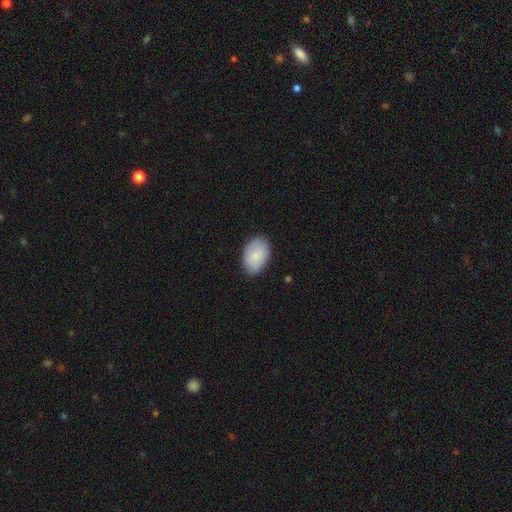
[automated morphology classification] Q: Smooth or featured?
A: smooth (81%); runner-up: featured or disk (13%)
Q: How rounded?
A: in between (91%); runner-up: round (8%)
Q: Merging?
A: none (82%); runner-up: minor disturbance (15%)